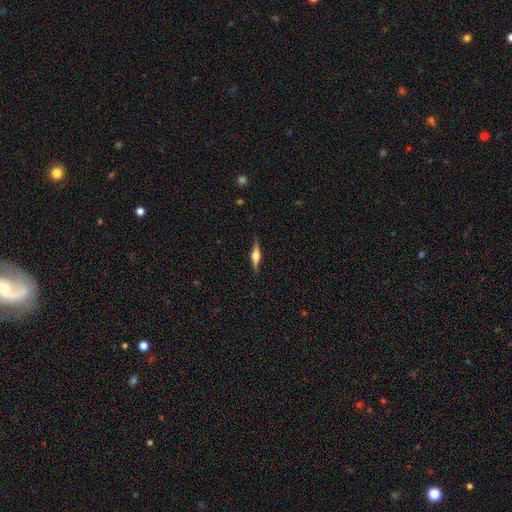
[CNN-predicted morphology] smooth_or_featured: featured or disk (p=0.70) [alt: smooth p=0.24]
disk_edge_on: yes (p=0.98) [alt: no p=0.02]
edge_on_bulge: rounded (p=0.93) [alt: boxy p=0.05]
merging: none (p=0.88) [alt: minor disturbance p=0.09]